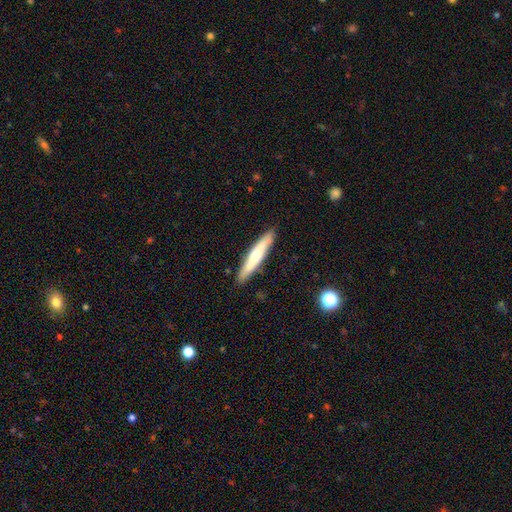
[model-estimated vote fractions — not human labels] A smooth galaxy with no disk features (54%) that is cigar-shaped (90%).

Vote fractions:
- Smooth or featured? smooth: 54% / featured or disk: 41% / star or artifact: 5%
- How rounded? cigar-shaped: 90% / in between: 9% / round: 1%
- Merging? none: 89% / minor disturbance: 8% / major disturbance: 2% / merger: 1%